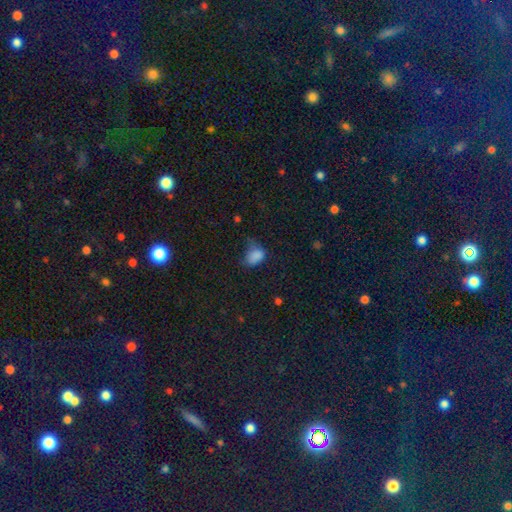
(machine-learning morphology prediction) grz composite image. It shows a smooth galaxy with no disk features (79%) that is in between round and cigar-shaped (79%). Merging: minor disturbance (37%).